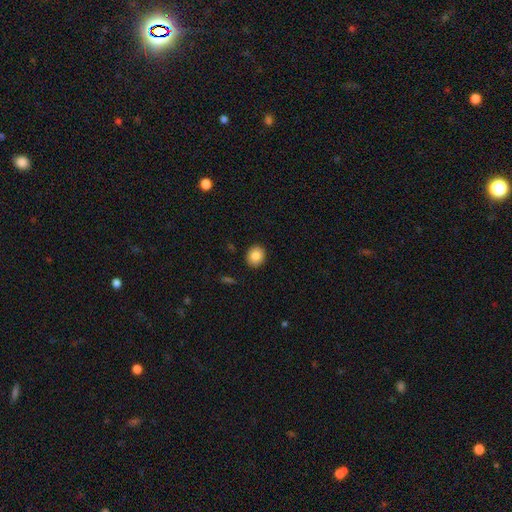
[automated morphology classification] Smooth or featured? Predicted: smooth (p=0.86). How rounded? Predicted: round (p=0.76). Merging? Predicted: none (p=0.91).